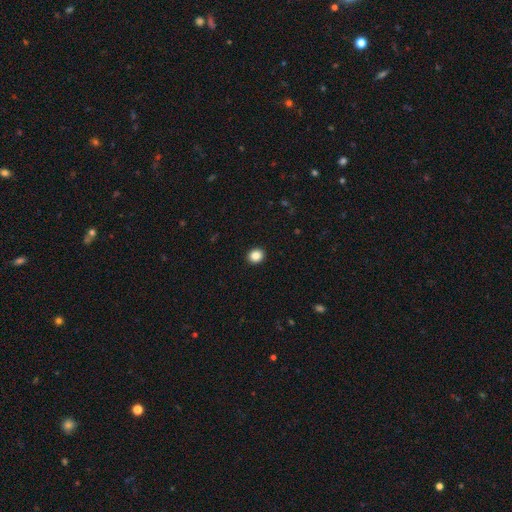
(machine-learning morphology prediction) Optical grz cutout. It shows a smooth galaxy with no disk features (87%) that is round (74%). Merging: none (93%).